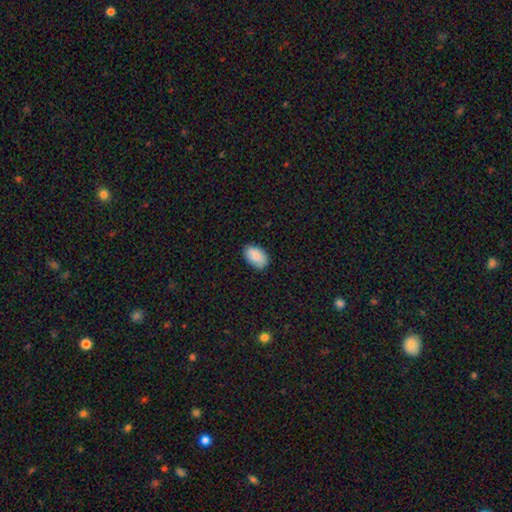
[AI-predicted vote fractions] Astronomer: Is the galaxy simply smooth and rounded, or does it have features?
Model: smooth — 87%.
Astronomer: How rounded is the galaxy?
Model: in between — 92%.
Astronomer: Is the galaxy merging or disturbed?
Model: none — 83%.